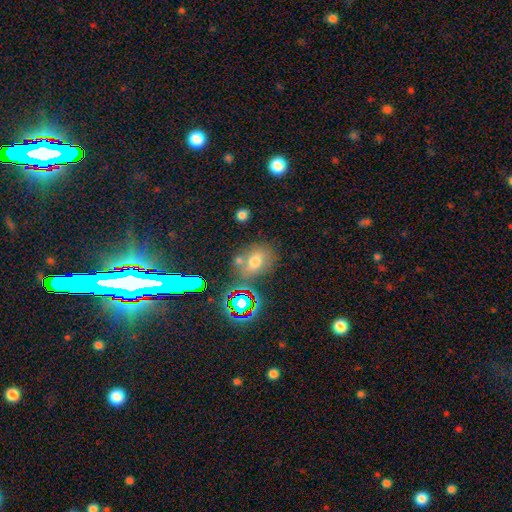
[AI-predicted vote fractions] A smooth galaxy with no disk features (44%).

Vote fractions:
- Smooth or featured? smooth: 44% / star or artifact: 38% / featured or disk: 18%
- Merging? none: 70% / minor disturbance: 14% / merger: 10% / major disturbance: 6%